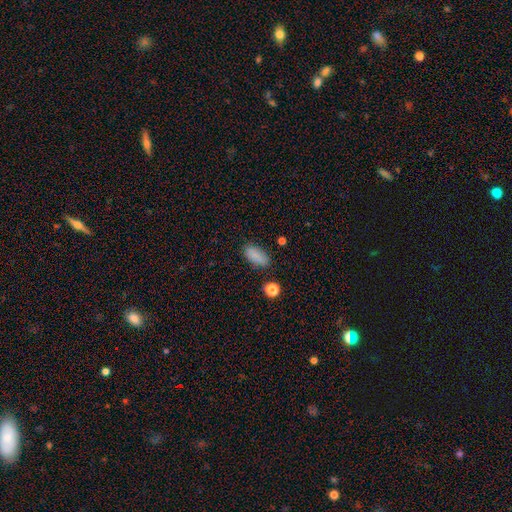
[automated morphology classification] Q: Smooth or featured?
A: smooth (86%); runner-up: star or artifact (9%)
Q: How rounded?
A: in between (86%); runner-up: cigar-shaped (10%)
Q: Merging?
A: none (82%); runner-up: minor disturbance (12%)